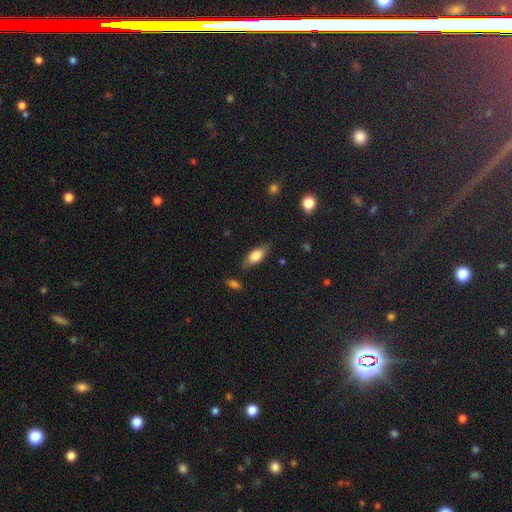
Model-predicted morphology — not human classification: Smooth or featured? Predicted: smooth (p=0.71). How rounded? Predicted: in between (p=0.80). Merging? Predicted: none (p=0.76).